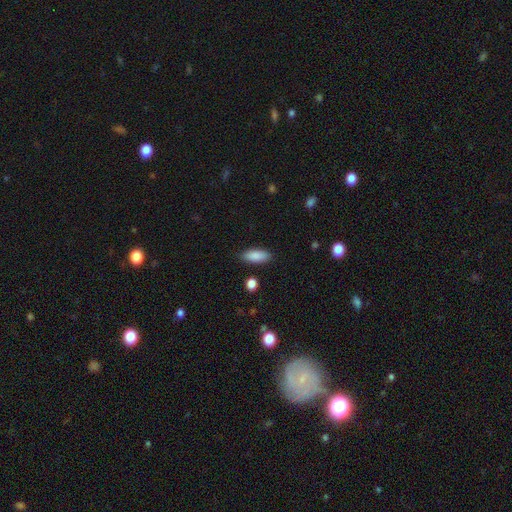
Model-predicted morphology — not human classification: A smooth galaxy with no disk features (88%) that is in between round and cigar-shaped (78%). Merging: none (87%).